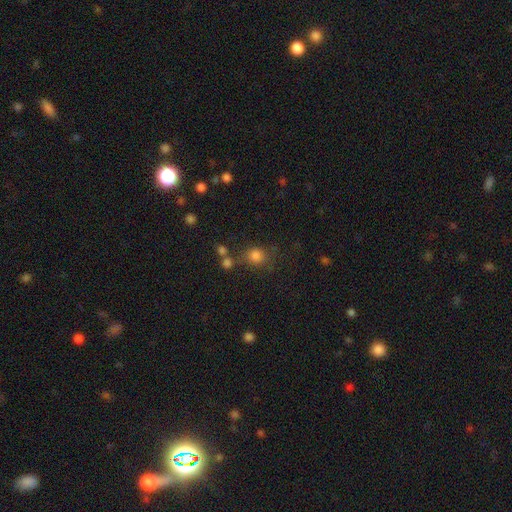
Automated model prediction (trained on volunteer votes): The model was most divided on "merging": none: 66%, merger: 14%, minor disturbance: 13%, major disturbance: 7%. More confident: how rounded — round (81%); smooth or featured — smooth (80%).